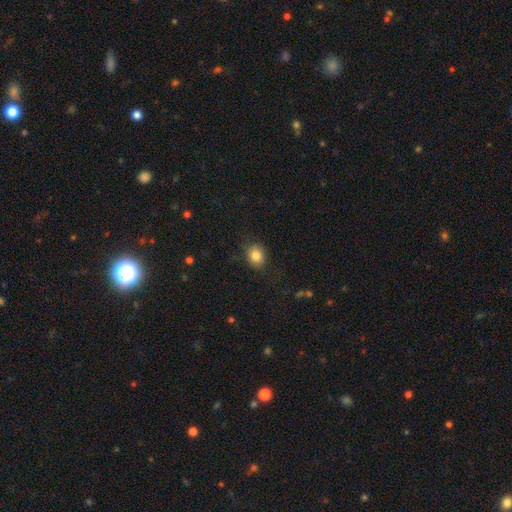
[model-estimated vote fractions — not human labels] Smooth or featured? smooth (83%)
How rounded? round (61%)
Merging? none (80%)